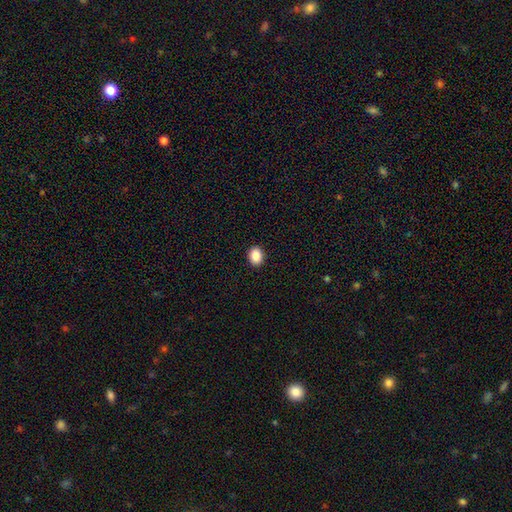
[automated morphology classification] Overall: smooth (88%). How rounded: in between (59%; round 40%). Merging: none (92%).